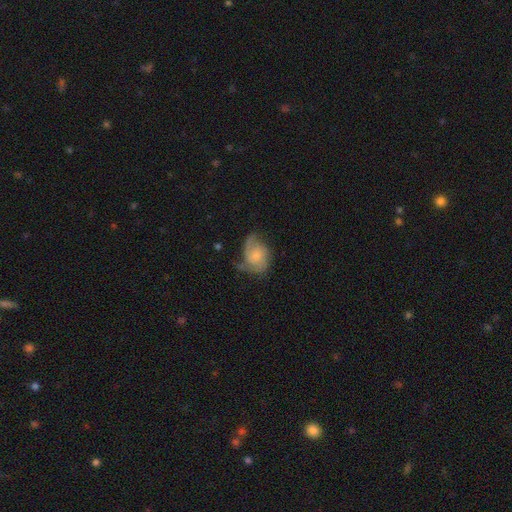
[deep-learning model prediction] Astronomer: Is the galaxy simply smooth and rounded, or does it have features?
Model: featured or disk — 68%.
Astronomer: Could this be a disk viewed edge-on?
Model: no — 98%.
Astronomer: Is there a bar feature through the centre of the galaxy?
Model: no — 70%.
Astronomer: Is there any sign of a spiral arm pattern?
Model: yes — 91%.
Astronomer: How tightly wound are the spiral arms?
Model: medium — 45% (runner-up: loose, 30%).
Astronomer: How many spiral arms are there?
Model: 2 — 61%.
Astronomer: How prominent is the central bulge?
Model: small — 48% (runner-up: moderate, 31%).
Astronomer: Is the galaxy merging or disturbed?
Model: none — 50% (runner-up: minor disturbance, 29%).